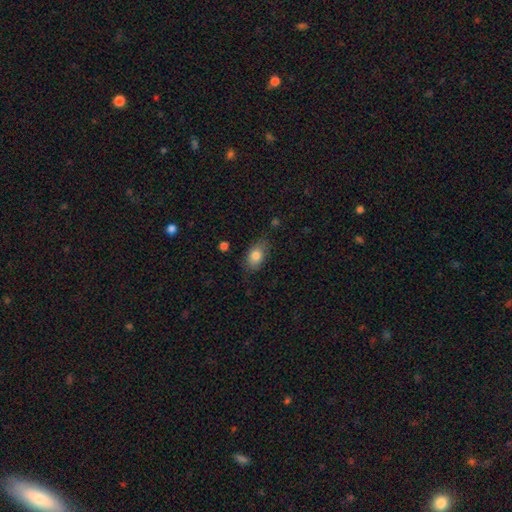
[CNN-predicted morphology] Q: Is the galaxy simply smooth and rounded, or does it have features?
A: smooth — 82%.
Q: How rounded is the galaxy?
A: in between — 86%.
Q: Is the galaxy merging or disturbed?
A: none — 72%.